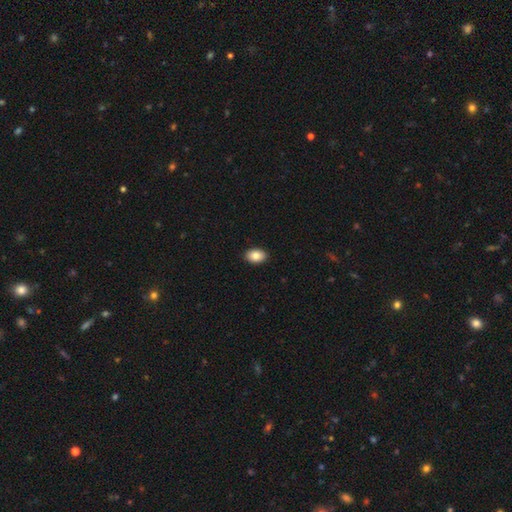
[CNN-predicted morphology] smooth-or-featured: smooth: 85% | star or artifact: 8% | featured or disk: 7%
  how-rounded: in between: 87% | round: 12% | cigar-shaped: 1%
  merging: none: 91% | minor disturbance: 7% | major disturbance: 2% | merger: 1%